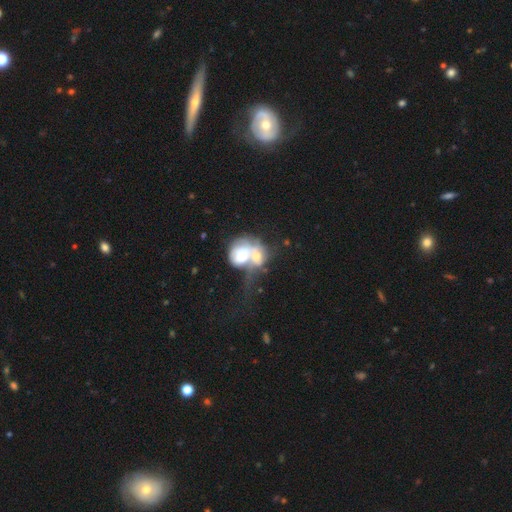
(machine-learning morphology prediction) featured or disk 48%, smooth 43%, star or artifact 8%. Down the decision tree: merging — merger (77%).